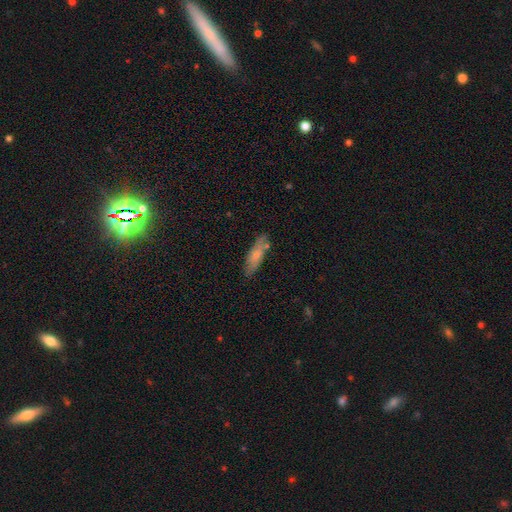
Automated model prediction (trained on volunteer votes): This appears to be a smooth galaxy with no disk features (73%) that is cigar-shaped (52%). Merging: none (76%).